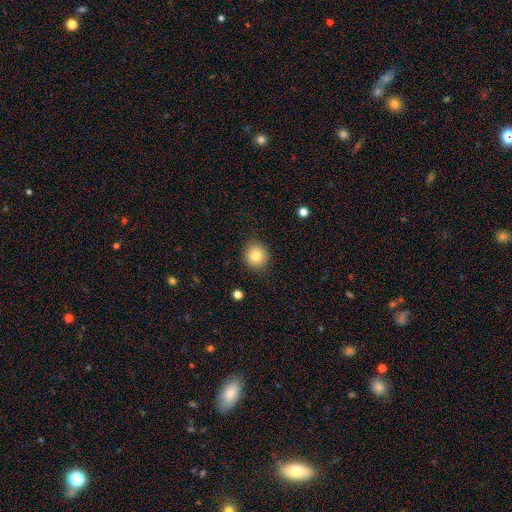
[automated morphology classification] smooth-or-featured: smooth: 81% | star or artifact: 10% | featured or disk: 9%
  how-rounded: round: 85% | in between: 14% | cigar-shaped: 1%
  merging: none: 88% | minor disturbance: 9% | major disturbance: 2% | merger: 1%